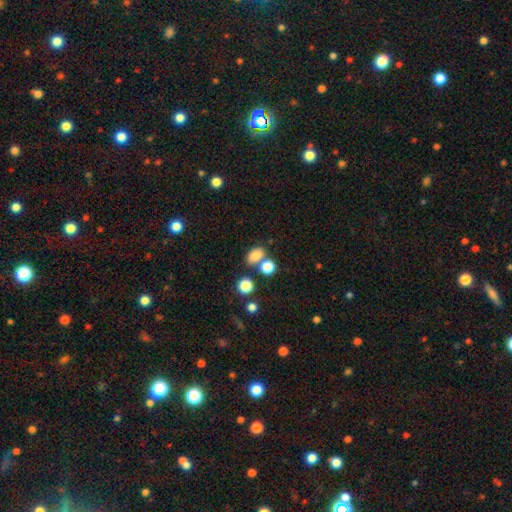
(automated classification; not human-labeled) This appears to be a smooth galaxy with no disk features (81%) that is in between round and cigar-shaped (80%). Merging: none (60%).